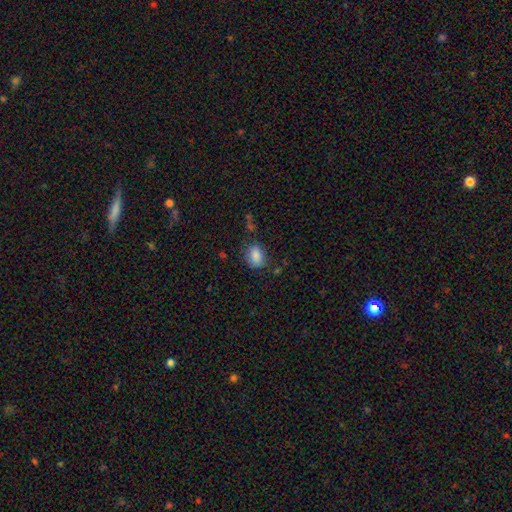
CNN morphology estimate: Smooth or featured? Predicted: smooth (p=0.85). How rounded? Predicted: in between (p=0.72). Merging? Predicted: none (p=0.74).